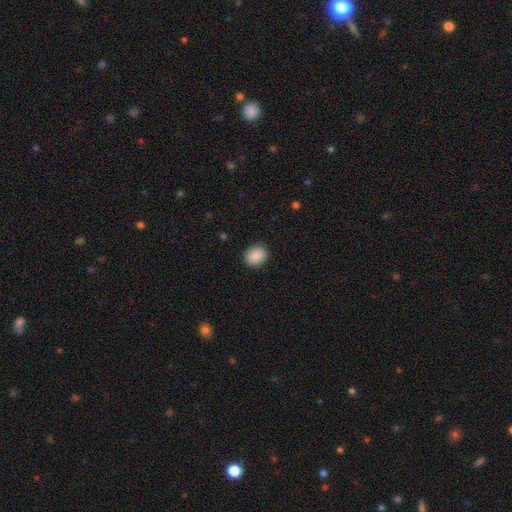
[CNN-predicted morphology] smooth-or-featured: smooth: 90% | star or artifact: 8% | featured or disk: 3%
  how-rounded: round: 58% | in between: 41% | cigar-shaped: 1%
  merging: none: 90% | minor disturbance: 7% | major disturbance: 2% | merger: 1%